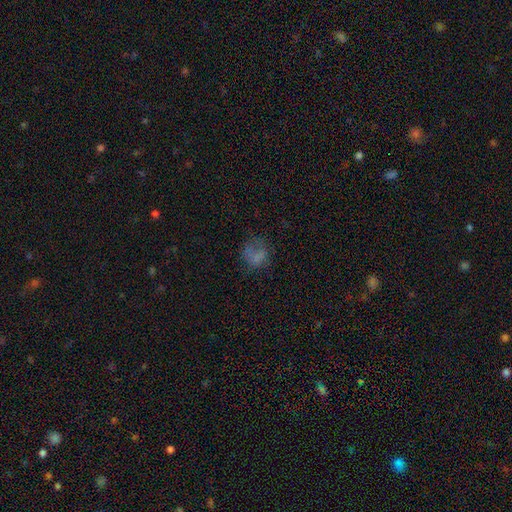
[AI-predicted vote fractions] This is likely a smooth galaxy (62%). How rounded: likely round (62%). Merging: possibly none (48%).